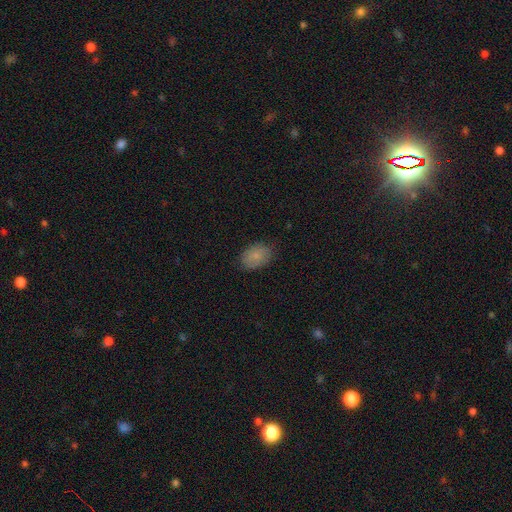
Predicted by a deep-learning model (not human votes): smooth-or-featured: smooth: 82% | featured or disk: 11% | star or artifact: 8%
  how-rounded: in between: 84% | round: 15% | cigar-shaped: 1%
  merging: none: 80% | minor disturbance: 15% | major disturbance: 3% | merger: 1%